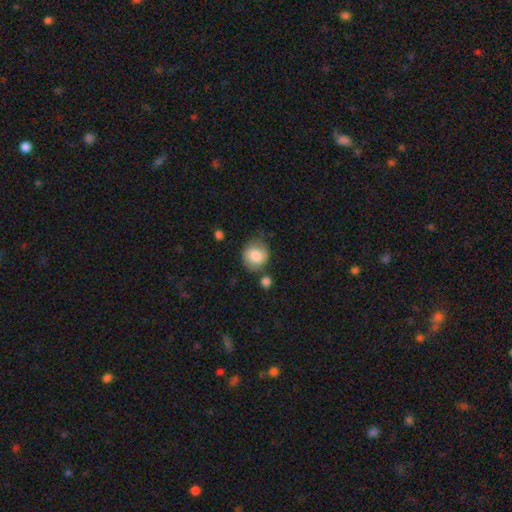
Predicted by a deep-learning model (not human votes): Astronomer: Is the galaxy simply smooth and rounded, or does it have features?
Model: smooth — 81%.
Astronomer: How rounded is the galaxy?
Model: round — 83%.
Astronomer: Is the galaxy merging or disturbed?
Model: none — 65%.